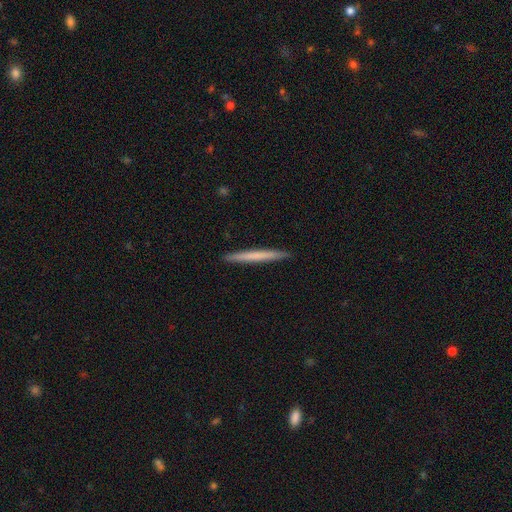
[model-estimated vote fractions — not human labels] This is likely a smooth galaxy (62%). How rounded: clearly cigar-shaped (97%). Merging: clearly none (93%).